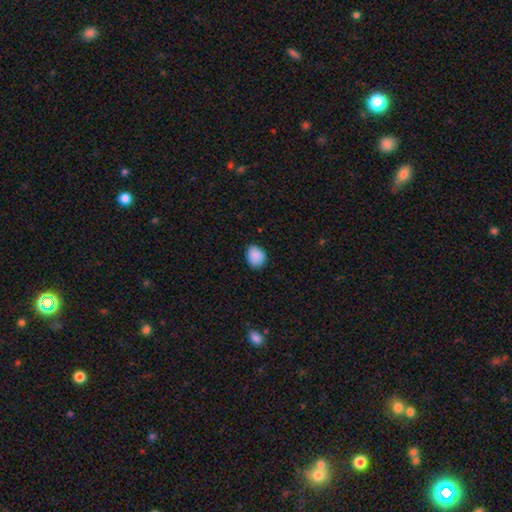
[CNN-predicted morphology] A smooth galaxy with no disk features (89%) that is round (52%). Merging: none (81%).